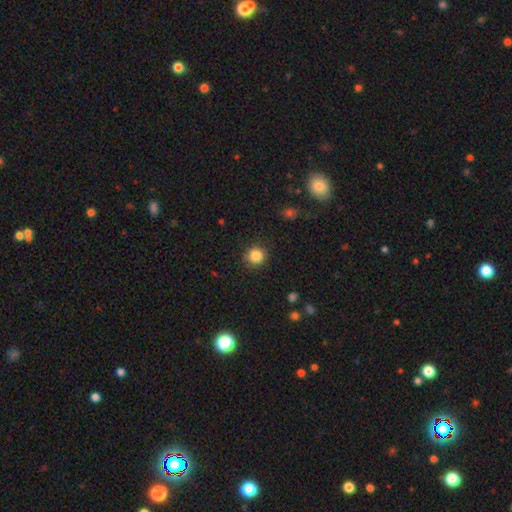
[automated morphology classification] Smooth or featured? smooth (86%)
How rounded? round (92%)
Merging? none (89%)